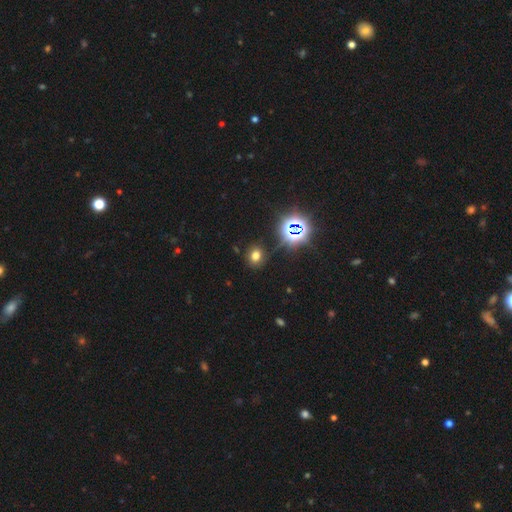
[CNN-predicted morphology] Smooth or featured? smooth (64%)
How rounded? round (63%)
Merging? none (82%)